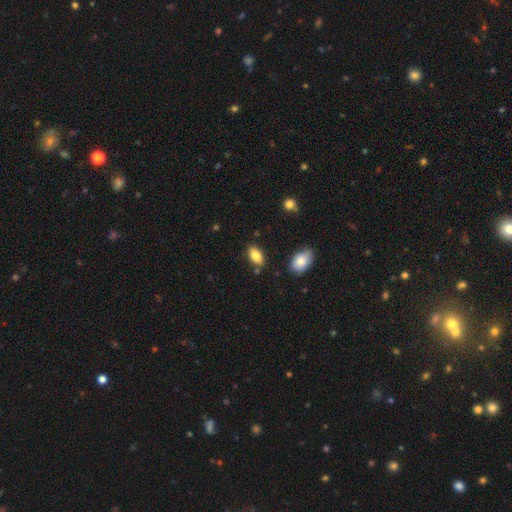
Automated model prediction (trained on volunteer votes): Overall: smooth (83%). How rounded: in between (92%). Merging: none (80%).